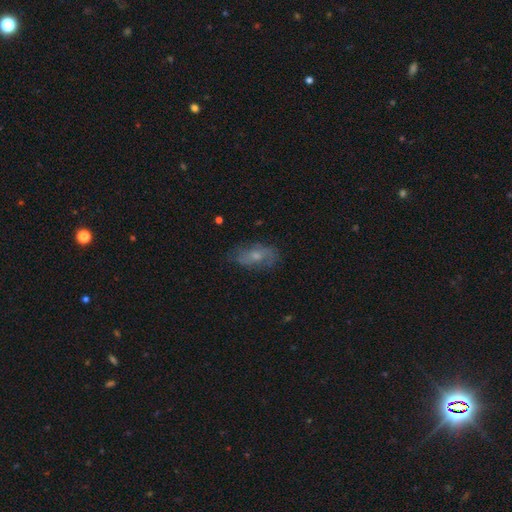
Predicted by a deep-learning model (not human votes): Smooth or featured?
  - featured or disk: 48% *
  - smooth: 42%
  - star or artifact: 10%
Merging?
  - none: 66% *
  - minor disturbance: 23%
  - major disturbance: 9%
  - merger: 2%